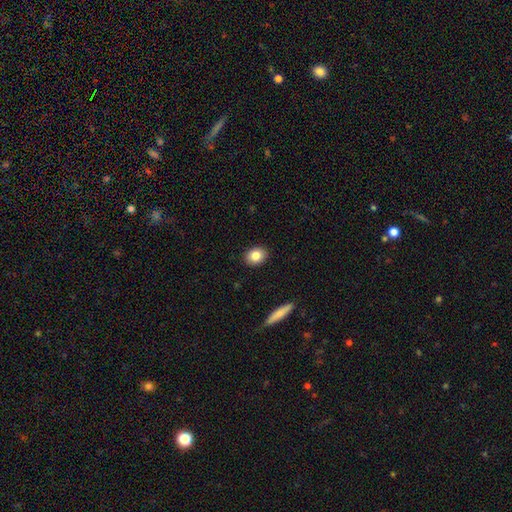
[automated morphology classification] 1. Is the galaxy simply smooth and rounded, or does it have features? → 83% smooth, 9% star or artifact, 9% featured or disk.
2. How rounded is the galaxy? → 56% in between, 42% round, 1% cigar-shaped.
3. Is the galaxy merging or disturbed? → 90% none, 7% minor disturbance, 2% major disturbance, 1% merger.